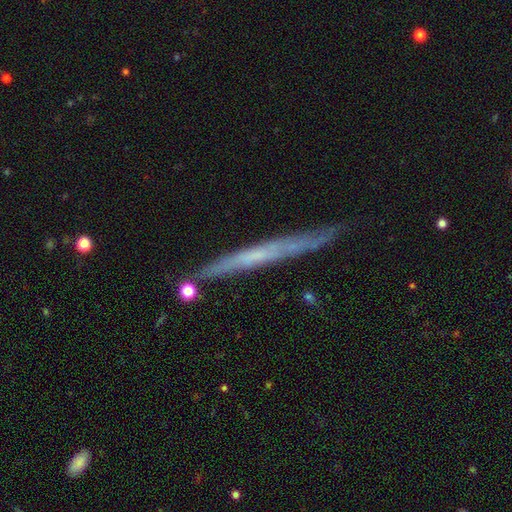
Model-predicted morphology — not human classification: Smooth or featured? featured or disk (59%)
Edge-on disk? yes (93%)
Edge-on bulge? none (85%)
Merging? none (79%)